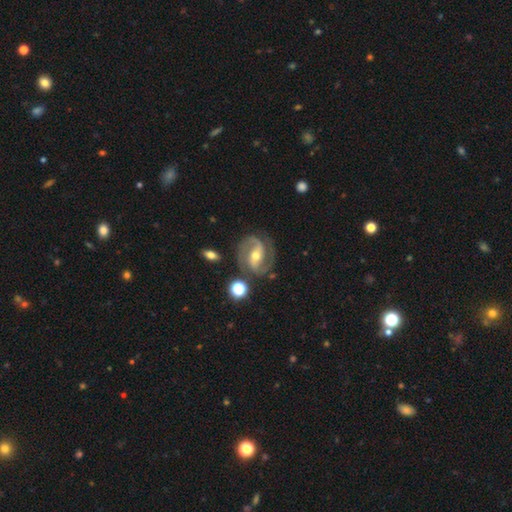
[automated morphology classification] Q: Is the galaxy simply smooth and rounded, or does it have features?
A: featured or disk — 88%.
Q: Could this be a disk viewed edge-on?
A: no — 97%.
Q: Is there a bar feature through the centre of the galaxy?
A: strong — 46%.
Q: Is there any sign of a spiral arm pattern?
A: yes — 95%.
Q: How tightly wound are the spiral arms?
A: medium — 55%.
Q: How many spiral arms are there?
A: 2 — 90%.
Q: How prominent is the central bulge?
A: moderate — 64%.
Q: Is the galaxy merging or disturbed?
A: none — 78%.